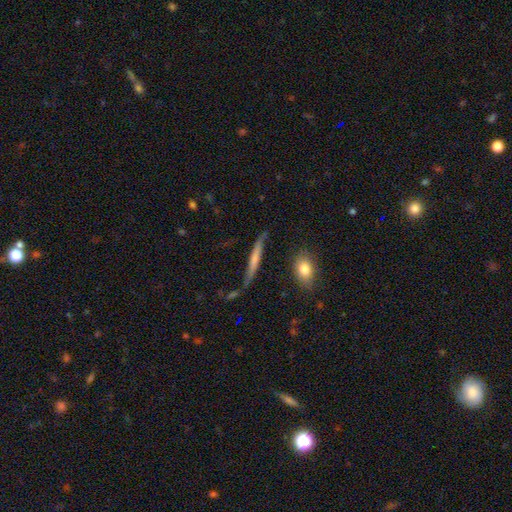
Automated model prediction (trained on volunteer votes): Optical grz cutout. It shows a featured or disk galaxy (51%) viewed edge-on (85%). Merging: none (71%).